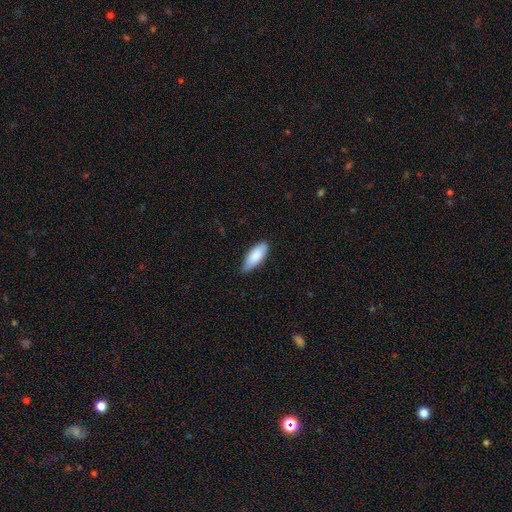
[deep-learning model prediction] Morphology: type=smooth (85%); roundness=in between (76%); merging=none (76%).